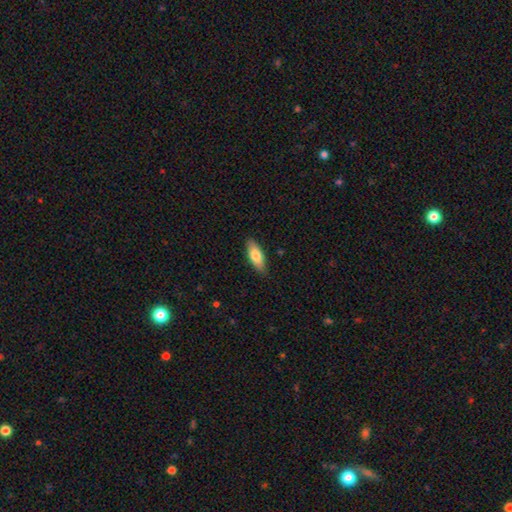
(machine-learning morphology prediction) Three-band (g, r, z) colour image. It shows a smooth galaxy with no disk features (76%) that is in between round and cigar-shaped (75%). Merging: none (86%).